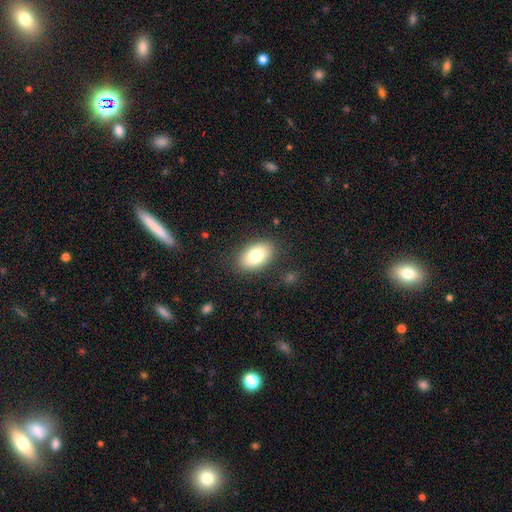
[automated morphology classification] The model was most divided on "smooth or featured": smooth: 79%, featured or disk: 13%, star or artifact: 8%. More confident: how rounded — in between (89%); merging — none (86%).